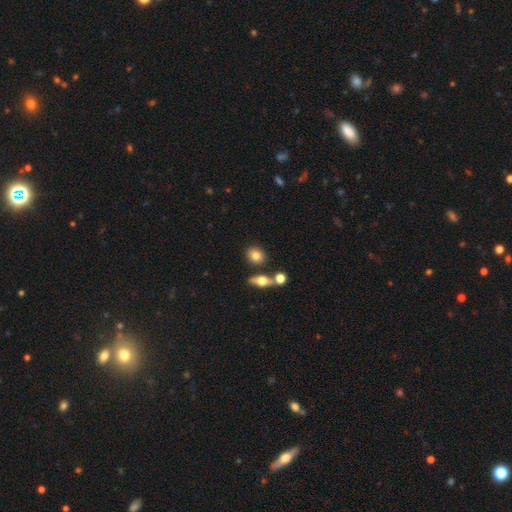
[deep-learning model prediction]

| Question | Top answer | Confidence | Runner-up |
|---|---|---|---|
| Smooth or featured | smooth | 79% | featured or disk (12%) |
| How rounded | round | 55% | in between (41%) |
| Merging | none | 74% | merger (13%) |